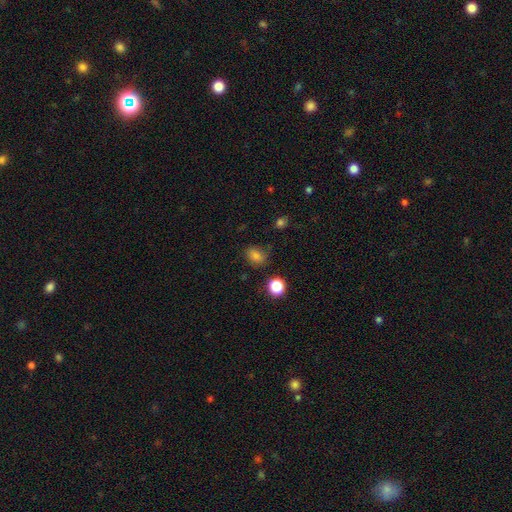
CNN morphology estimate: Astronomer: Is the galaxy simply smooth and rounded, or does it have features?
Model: smooth — 78%.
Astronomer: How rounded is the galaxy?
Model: round — 52% (runner-up: in between, 47%).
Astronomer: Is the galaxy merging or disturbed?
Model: none — 73%.